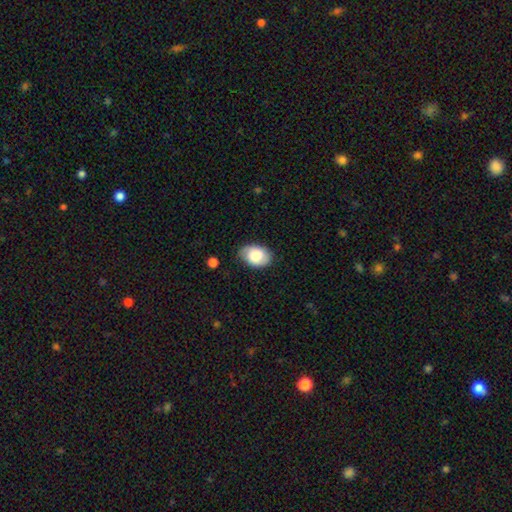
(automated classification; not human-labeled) The model was most divided on "merging": none: 75%, minor disturbance: 20%, major disturbance: 4%, merger: 2%. More confident: how rounded — in between (83%); smooth or featured — smooth (76%).